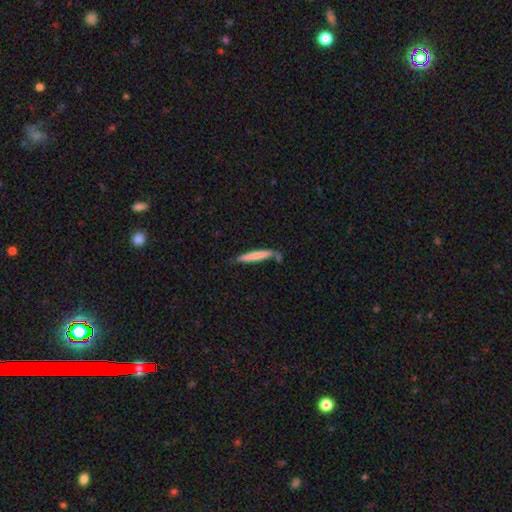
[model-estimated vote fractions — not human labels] Overall: smooth (71%). How rounded: cigar-shaped (94%). Merging: none (71%).